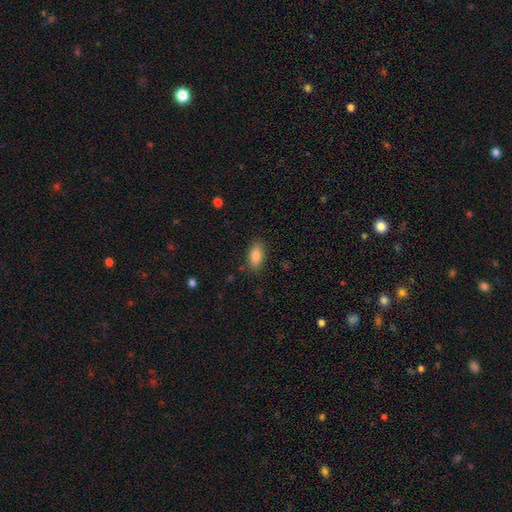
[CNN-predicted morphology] Smooth or featured?
  - smooth: 85% *
  - star or artifact: 7%
  - featured or disk: 7%
How rounded?
  - in between: 88% *
  - cigar-shaped: 9%
  - round: 3%
Merging?
  - none: 85% *
  - minor disturbance: 11%
  - major disturbance: 3%
  - merger: 1%